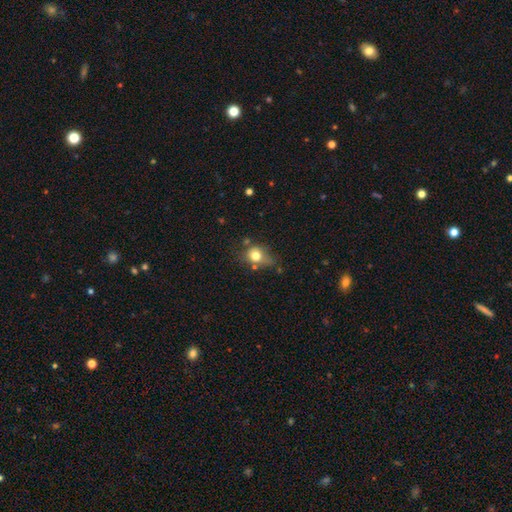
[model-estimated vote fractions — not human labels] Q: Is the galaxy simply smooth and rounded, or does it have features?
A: smooth — 76%.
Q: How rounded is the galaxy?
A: round — 65%.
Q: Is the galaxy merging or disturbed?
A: none — 49%.